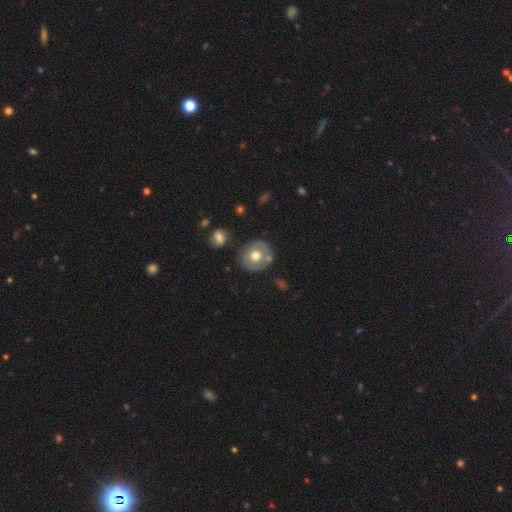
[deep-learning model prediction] smooth 62%, featured or disk 31%, star or artifact 8%. Down the decision tree: how rounded — round (87%); merging — none (75%).